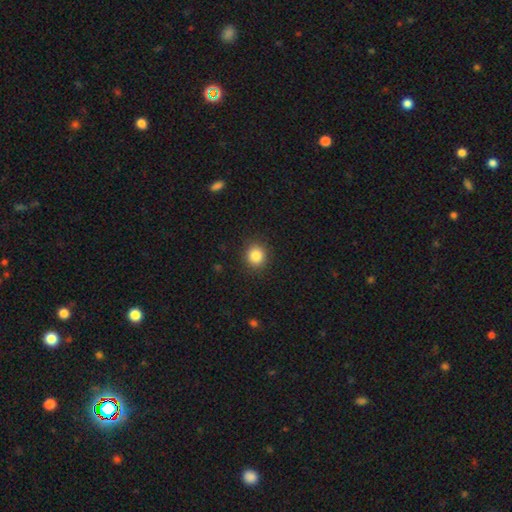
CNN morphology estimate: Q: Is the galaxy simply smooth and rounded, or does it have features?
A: smooth — 84%.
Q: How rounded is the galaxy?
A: round — 86%.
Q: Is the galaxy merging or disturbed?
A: none — 90%.